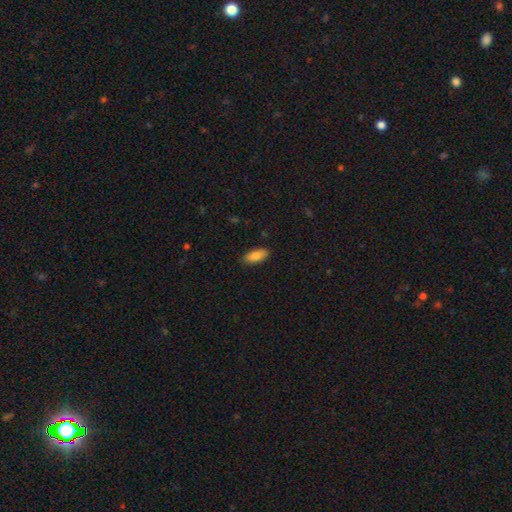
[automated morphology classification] This appears to be a smooth galaxy with no disk features (83%) that is in between round and cigar-shaped (85%). Merging: none (88%).